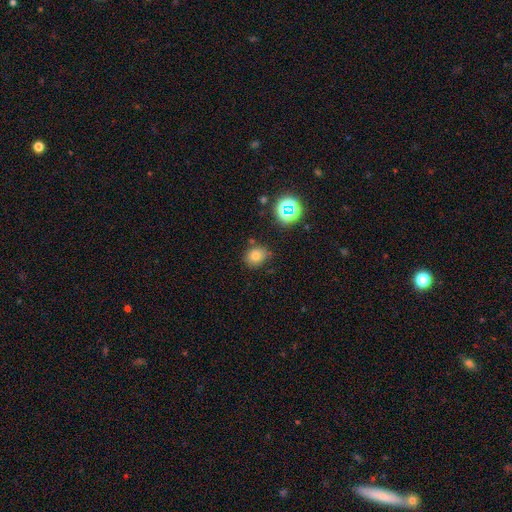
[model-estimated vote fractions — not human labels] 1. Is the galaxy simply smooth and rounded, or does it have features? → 73% smooth, 18% star or artifact, 9% featured or disk.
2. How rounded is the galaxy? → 63% round, 36% in between, 1% cigar-shaped.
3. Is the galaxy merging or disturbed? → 74% none, 17% minor disturbance, 5% merger, 4% major disturbance.